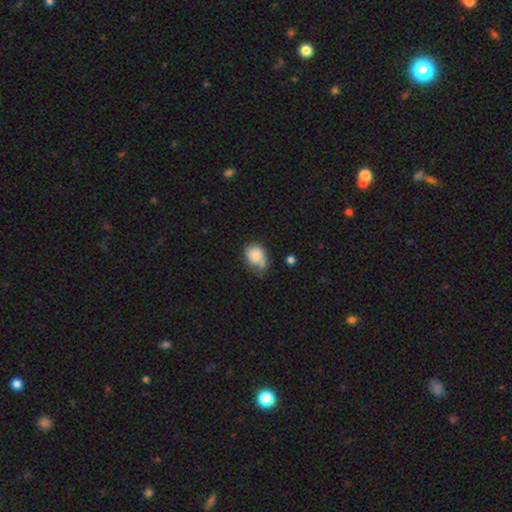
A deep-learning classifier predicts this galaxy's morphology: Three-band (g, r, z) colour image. It shows a smooth galaxy with no disk features (74%) that is in between round and cigar-shaped (54%). Merging: none (39%).